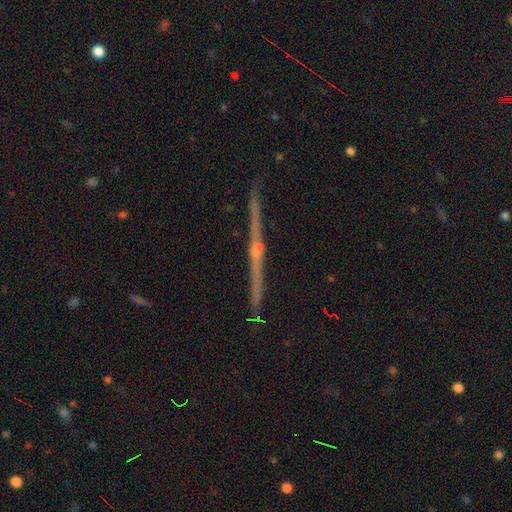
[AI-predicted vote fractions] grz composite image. It shows a featured or disk galaxy (88%) viewed edge-on (99%) with a rounded central bulge (87%). Merging: none (93%).